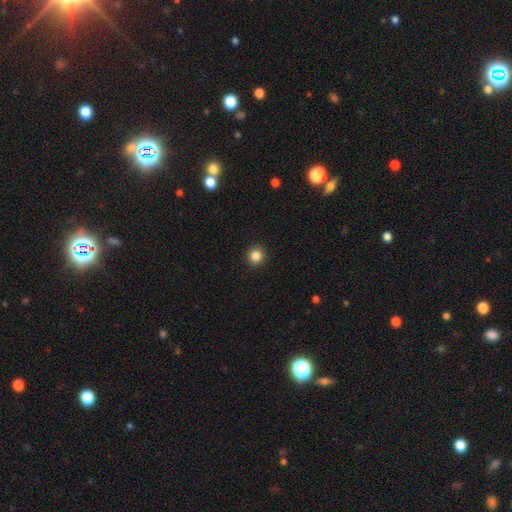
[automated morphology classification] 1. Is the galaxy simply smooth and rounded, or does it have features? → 84% smooth, 11% star or artifact, 4% featured or disk.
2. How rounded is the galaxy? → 94% round, 5% in between, 1% cigar-shaped.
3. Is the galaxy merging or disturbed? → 93% none, 4% minor disturbance, 2% major disturbance, 1% merger.